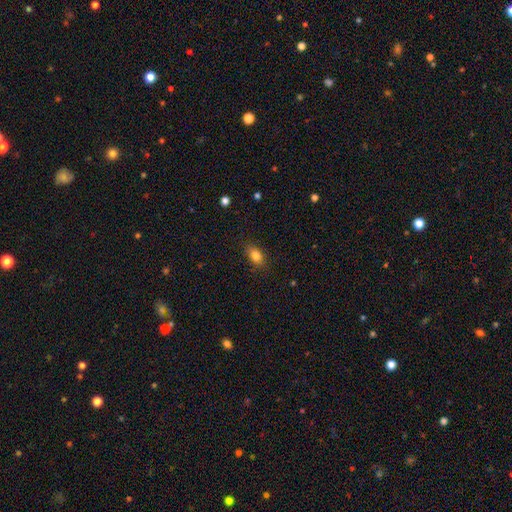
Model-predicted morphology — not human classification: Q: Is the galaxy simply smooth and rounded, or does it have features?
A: smooth — 82%.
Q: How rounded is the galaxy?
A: in between — 81%.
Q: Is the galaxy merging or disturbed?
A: none — 85%.